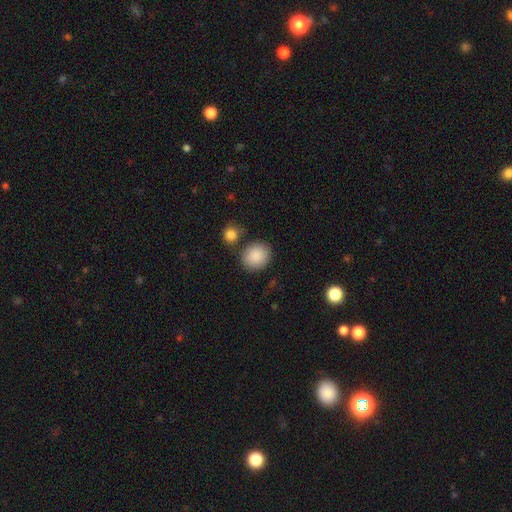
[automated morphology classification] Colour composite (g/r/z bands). It shows a smooth galaxy with no disk features (89%) that is round (71%). Merging: none (78%).